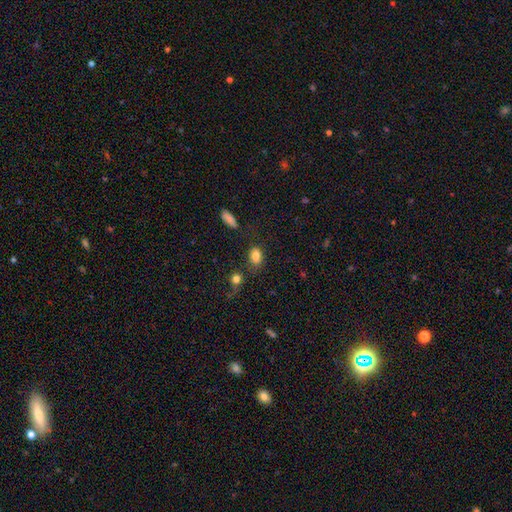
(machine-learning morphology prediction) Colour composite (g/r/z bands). It shows a smooth galaxy with no disk features (82%) that is in between round and cigar-shaped (74%). Merging: none (68%).